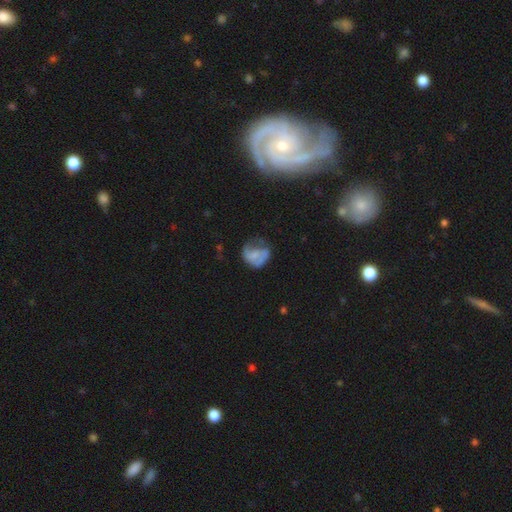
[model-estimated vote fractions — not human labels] Smooth or featured: featured or disk — 53% (smooth — 39%)
Edge-on disk: no — 98% (yes — 2%)
Bar: no — 63% (weak — 30%)
Spiral arms: yes — 62% (no — 38%)
Bulge size: small — 43% (none — 30%)
Merging: none — 39% (major disturbance — 31%)